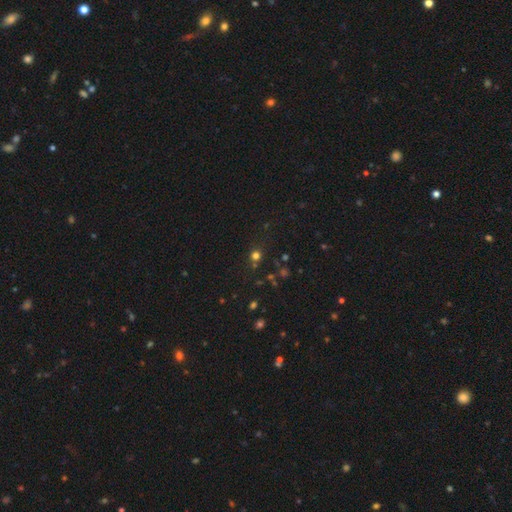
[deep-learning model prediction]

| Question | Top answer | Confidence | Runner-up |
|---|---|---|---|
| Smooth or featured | smooth | 63% | star or artifact (31%) |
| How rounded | round | 89% | in between (10%) |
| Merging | none | 79% | minor disturbance (9%) |